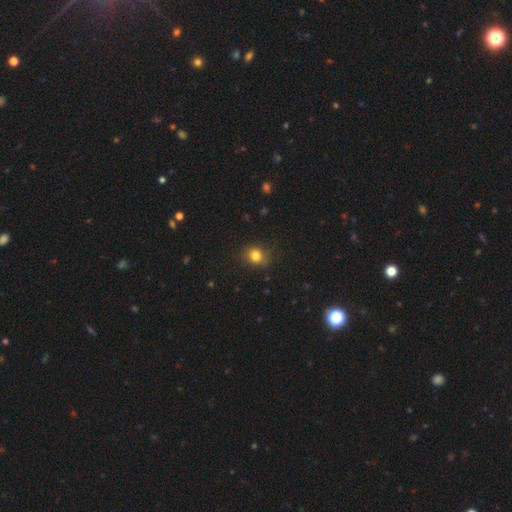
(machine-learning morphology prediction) Smooth or featured? smooth (81%)
How rounded? round (67%)
Merging? none (79%)